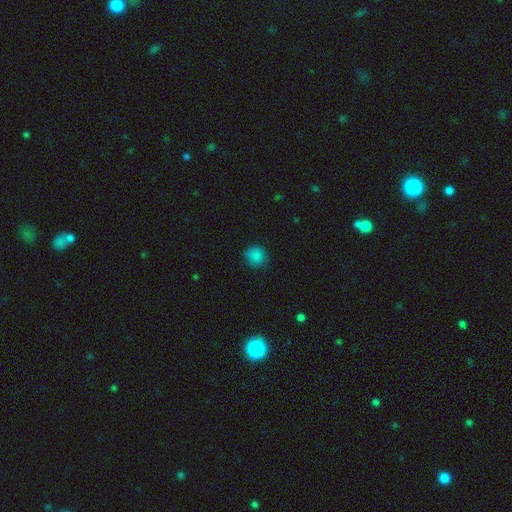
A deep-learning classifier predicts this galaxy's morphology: The model was most divided on "merging": none: 79%, minor disturbance: 16%, major disturbance: 4%, merger: 1%. More confident: how rounded — round (86%); smooth or featured — smooth (85%).